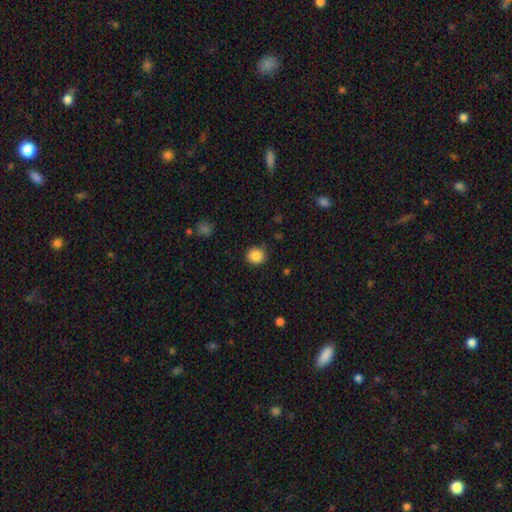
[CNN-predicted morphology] A smooth galaxy with no disk features (87%) that is round (89%). Merging: none (87%).